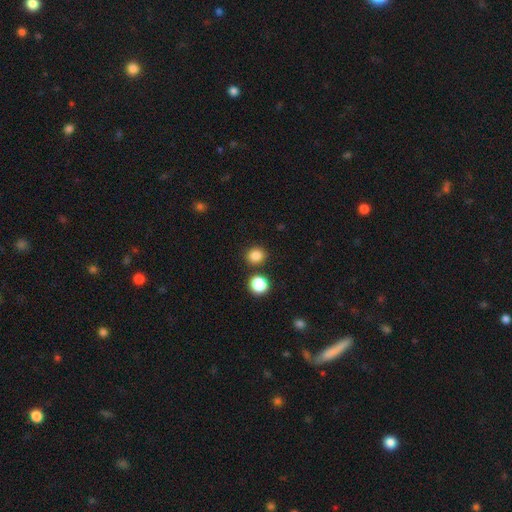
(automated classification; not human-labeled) This is clearly a smooth galaxy (84%). How rounded: clearly round (81%). Merging: clearly none (83%).